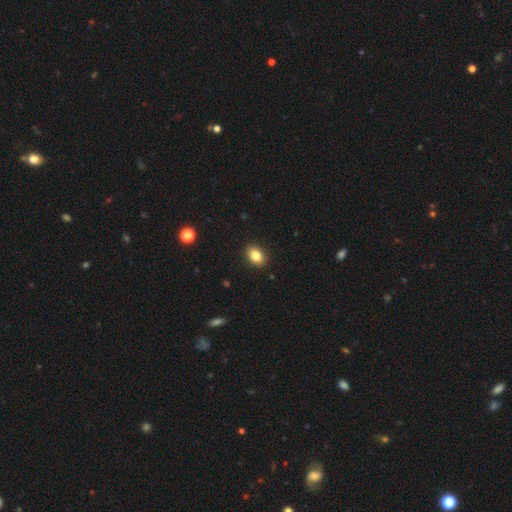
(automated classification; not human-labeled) smooth_or_featured: smooth (p=0.84) [alt: star or artifact p=0.09]
how_rounded: in between (p=0.74) [alt: round p=0.24]
merging: none (p=0.90) [alt: minor disturbance p=0.07]